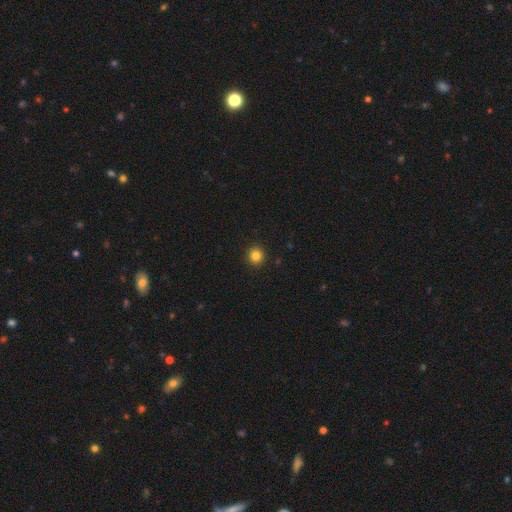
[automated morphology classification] smooth_or_featured: smooth (p=0.84) [alt: star or artifact p=0.12]
how_rounded: round (p=0.95) [alt: in between p=0.04]
merging: none (p=0.93) [alt: minor disturbance p=0.04]